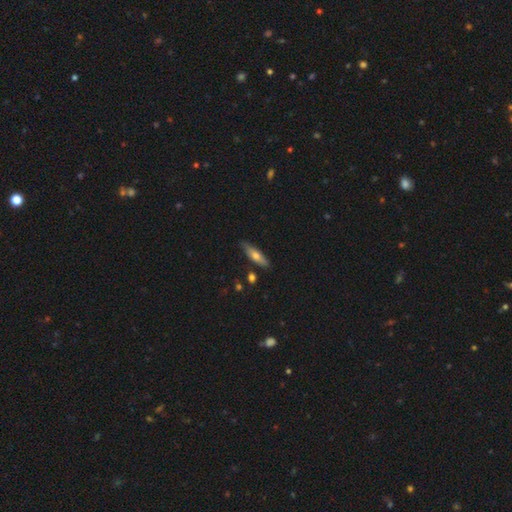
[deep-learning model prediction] The model was most divided on "smooth or featured": smooth: 58%, featured or disk: 35%, star or artifact: 7%. More confident: merging — none (83%); how rounded — cigar-shaped (62%).